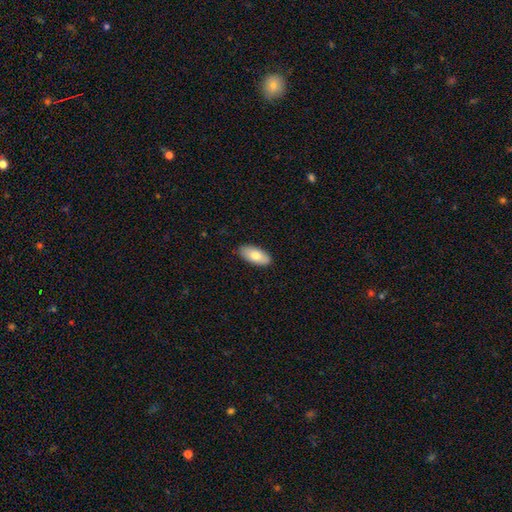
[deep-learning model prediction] Smooth or featured? smooth (78%)
How rounded? in between (92%)
Merging? none (89%)